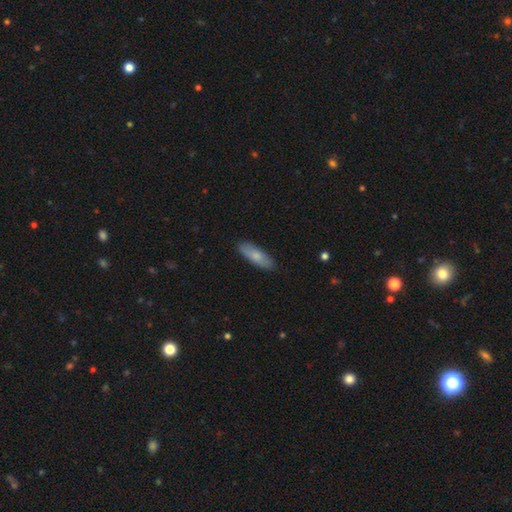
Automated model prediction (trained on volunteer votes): Q: Smooth or featured?
A: smooth (77%); runner-up: featured or disk (18%)
Q: How rounded?
A: in between (55%); runner-up: cigar-shaped (43%)
Q: Merging?
A: none (87%); runner-up: minor disturbance (10%)